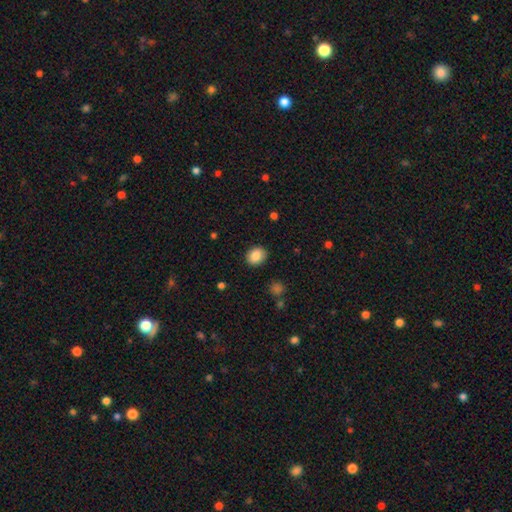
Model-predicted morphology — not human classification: Smooth or featured? Predicted: smooth (p=0.87). How rounded? Predicted: round (p=0.57). Merging? Predicted: none (p=0.87).